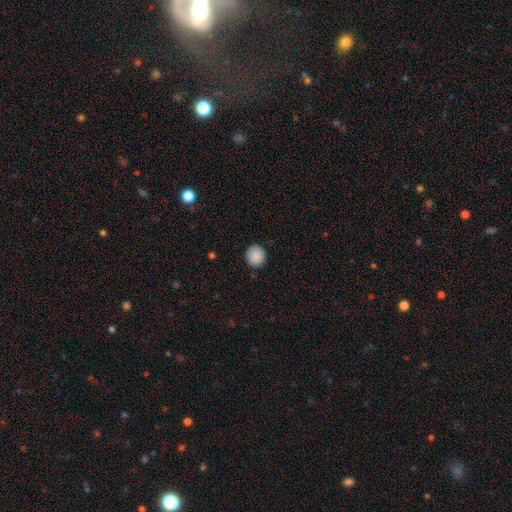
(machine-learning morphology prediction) Smooth or featured: smooth — 89% (star or artifact — 8%)
How rounded: round — 90% (in between — 9%)
Merging: none — 89% (minor disturbance — 8%)